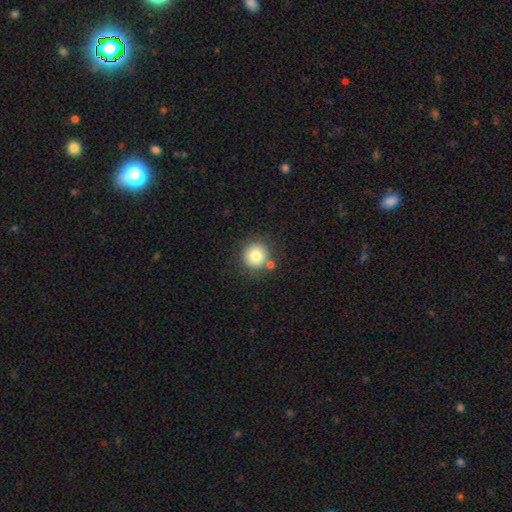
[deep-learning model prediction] Morphology: type=smooth (80%); roundness=round (93%); merging=none (78%).